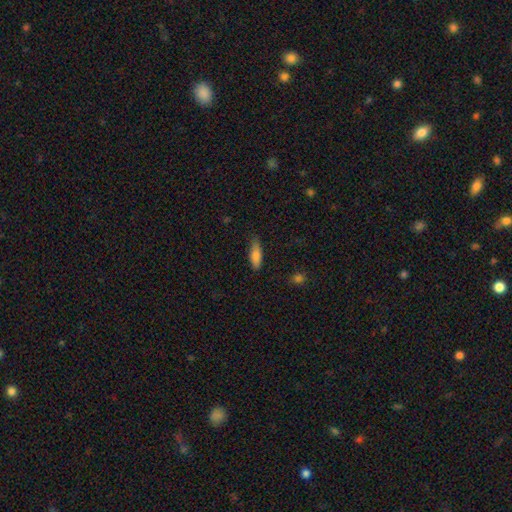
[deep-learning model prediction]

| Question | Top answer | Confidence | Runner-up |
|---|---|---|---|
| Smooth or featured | smooth | 82% | featured or disk (11%) |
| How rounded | in between | 56% | cigar-shaped (42%) |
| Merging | none | 74% | minor disturbance (21%) |